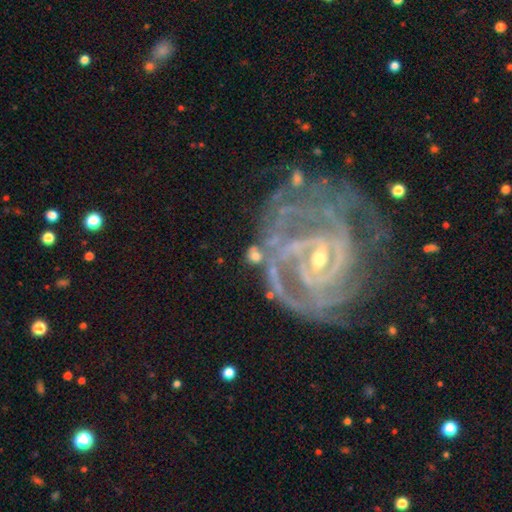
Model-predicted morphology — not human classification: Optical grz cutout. It shows a featured or disk galaxy (47%). Merging: none (53%).